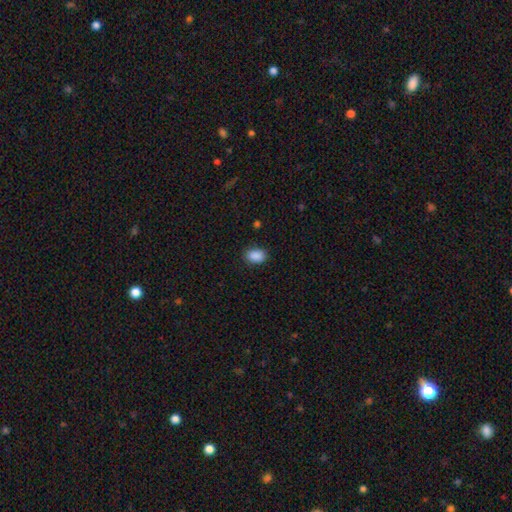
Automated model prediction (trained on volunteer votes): Q: Smooth or featured?
A: smooth (90%); runner-up: star or artifact (8%)
Q: How rounded?
A: in between (86%); runner-up: round (13%)
Q: Merging?
A: none (86%); runner-up: minor disturbance (10%)